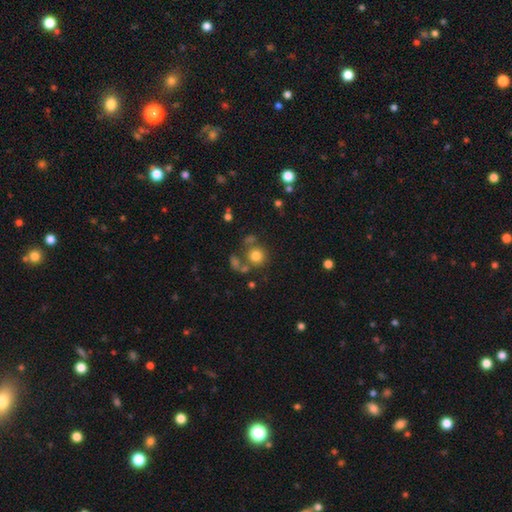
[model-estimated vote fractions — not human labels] A smooth galaxy with no disk features (76%) that is round (89%).

Vote fractions:
- Smooth or featured? smooth: 76% / star or artifact: 13% / featured or disk: 10%
- How rounded? round: 89% / in between: 10% / cigar-shaped: 1%
- Merging? none: 64% / merger: 18% / minor disturbance: 11% / major disturbance: 7%